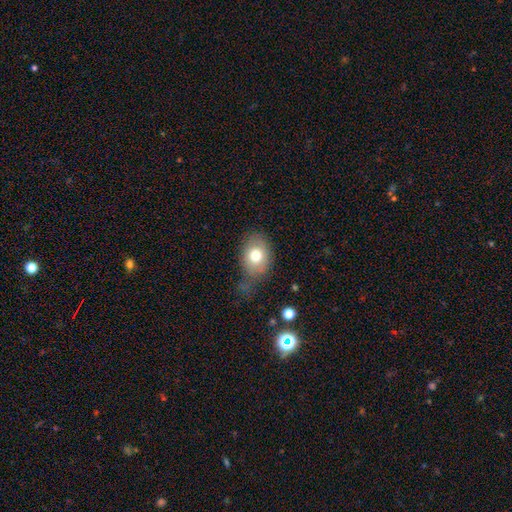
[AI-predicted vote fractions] smooth 74%, featured or disk 17%, star or artifact 9%. Down the decision tree: how rounded — in between (66%); merging — none (50%).